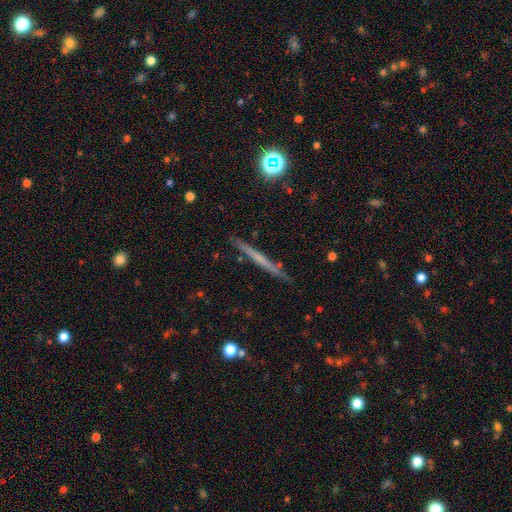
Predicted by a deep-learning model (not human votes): Smooth or featured: featured or disk — 54% (smooth — 37%)
Edge-on disk: yes — 96% (no — 4%)
Edge-on bulge: none — 80% (rounded — 14%)
Merging: none — 89% (minor disturbance — 8%)